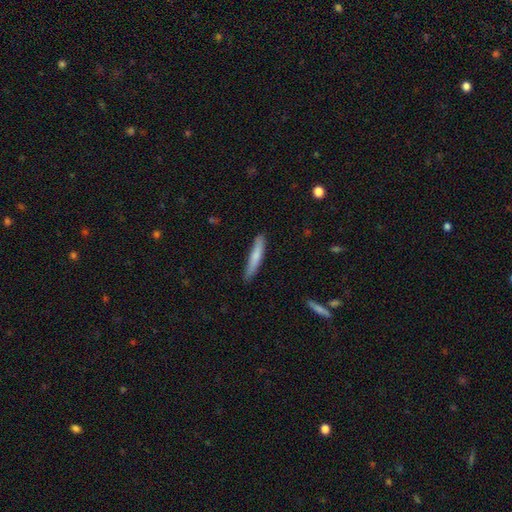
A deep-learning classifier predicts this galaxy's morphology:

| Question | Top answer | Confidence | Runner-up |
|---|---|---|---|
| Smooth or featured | smooth | 74% | featured or disk (21%) |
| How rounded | cigar-shaped | 92% | in between (7%) |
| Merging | none | 82% | minor disturbance (14%) |